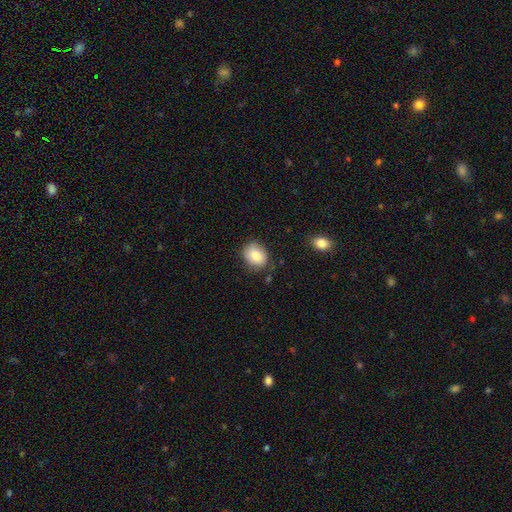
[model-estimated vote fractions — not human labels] Smooth or featured? Predicted: smooth (p=0.83). How rounded? Predicted: round (p=0.55). Merging? Predicted: none (p=0.79).